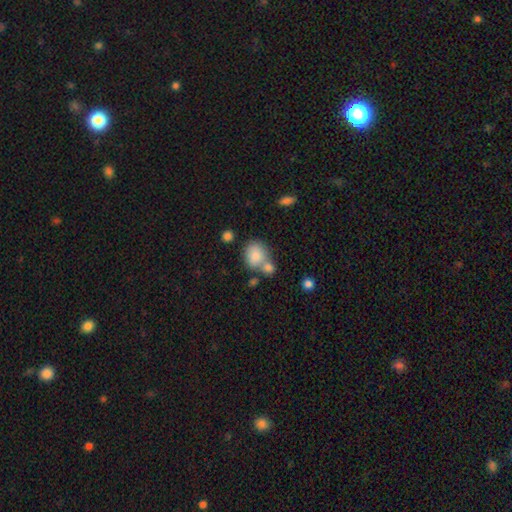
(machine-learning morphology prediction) The model was most divided on "merging": none: 45%, merger: 38%, minor disturbance: 13%, major disturbance: 4%. More confident: smooth or featured — smooth (79%); how rounded — round (64%).